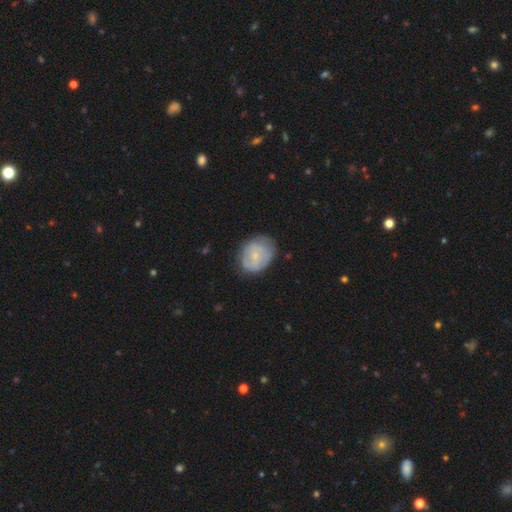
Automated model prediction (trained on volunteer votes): smooth_or_featured: smooth (p=0.49) [alt: featured or disk p=0.44]
merging: none (p=0.64) [alt: minor disturbance p=0.26]